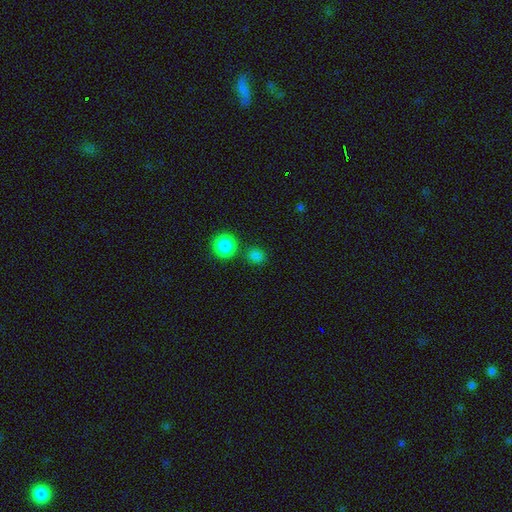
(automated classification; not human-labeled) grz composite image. It shows a smooth galaxy with no disk features (83%) that is round (86%). Merging: none (81%).